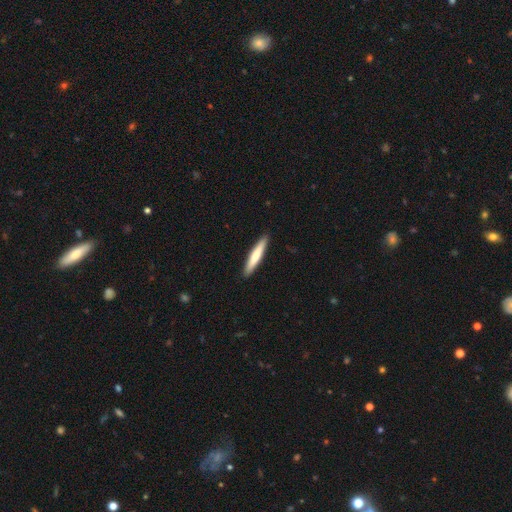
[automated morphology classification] A smooth galaxy with no disk features (71%) that is cigar-shaped (91%).

Vote fractions:
- Smooth or featured? smooth: 71% / featured or disk: 25% / star or artifact: 5%
- How rounded? cigar-shaped: 91% / in between: 8% / round: 1%
- Merging? none: 91% / minor disturbance: 6% / major disturbance: 1% / merger: 1%